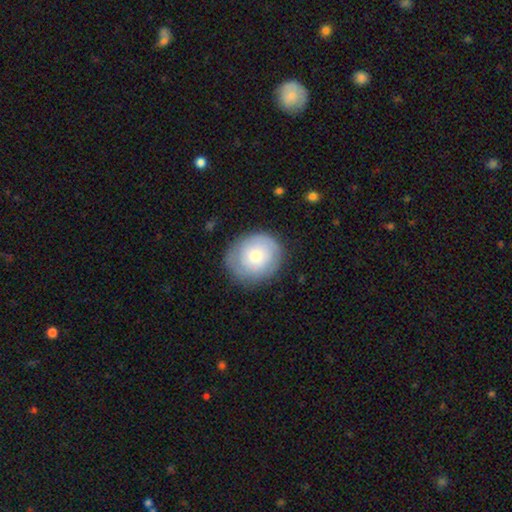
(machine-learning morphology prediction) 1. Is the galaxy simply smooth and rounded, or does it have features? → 61% smooth, 32% featured or disk, 7% star or artifact.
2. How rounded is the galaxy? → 78% round, 21% in between, 1% cigar-shaped.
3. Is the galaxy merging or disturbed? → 77% none, 17% minor disturbance, 5% major disturbance, 1% merger.